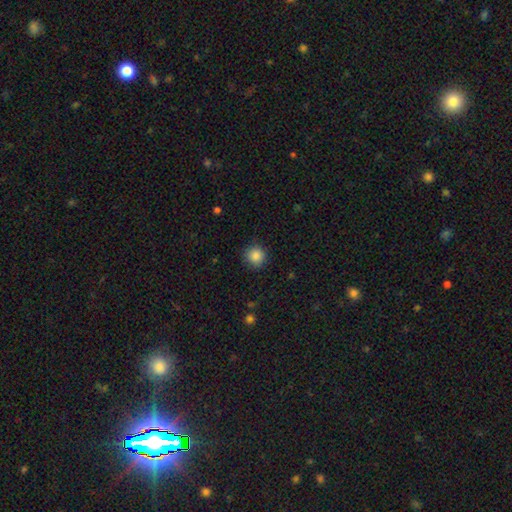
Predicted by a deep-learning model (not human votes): The model was most divided on "smooth or featured": smooth: 87%, star or artifact: 10%, featured or disk: 4%. More confident: how rounded — round (93%); merging — none (88%).